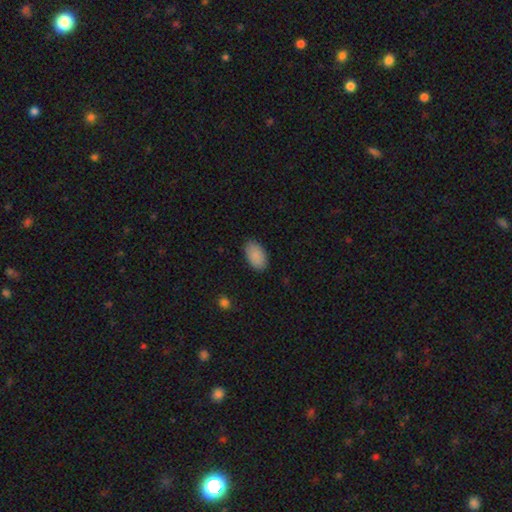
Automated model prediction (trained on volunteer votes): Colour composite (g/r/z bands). It shows a smooth galaxy with no disk features (90%) that is in between round and cigar-shaped (95%). Merging: none (86%).